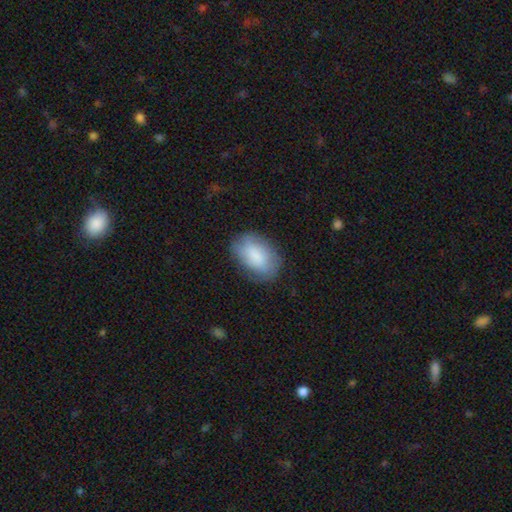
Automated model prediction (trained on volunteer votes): smooth-or-featured: smooth: 78% | featured or disk: 15% | star or artifact: 7%
  how-rounded: in between: 89% | round: 10% | cigar-shaped: 1%
  merging: none: 71% | minor disturbance: 21% | major disturbance: 7% | merger: 1%